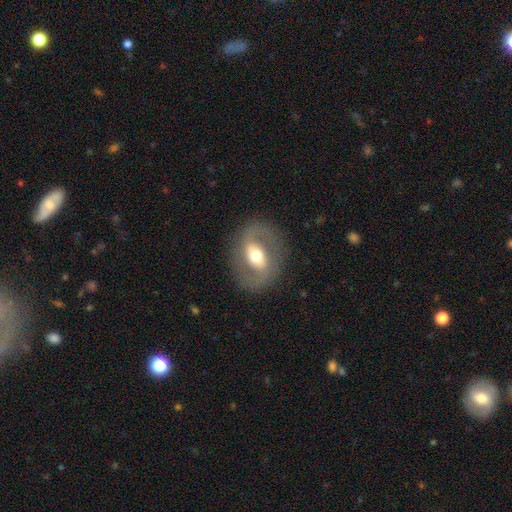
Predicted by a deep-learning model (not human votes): smooth_or_featured: featured or disk (p=0.70) [alt: smooth p=0.23]
disk_edge_on: no (p=0.94) [alt: yes p=0.06]
bar: weak (p=0.38) [alt: strong p=0.37]
has_spiral_arms: yes (p=0.65) [alt: no p=0.35]
bulge_size: moderate (p=0.67) [alt: large p=0.20]
merging: none (p=0.82) [alt: minor disturbance p=0.11]